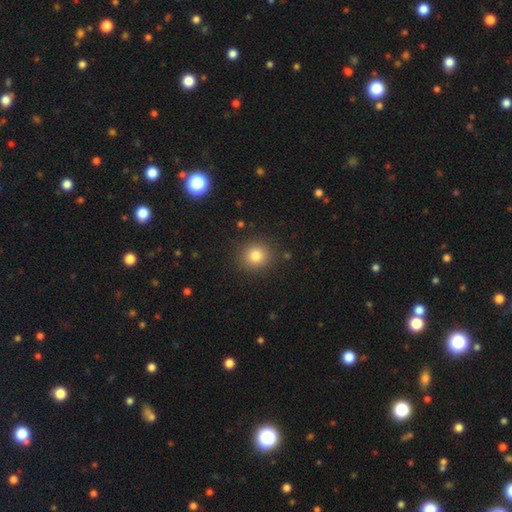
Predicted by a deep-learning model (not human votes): Smooth or featured: smooth — 81% (star or artifact — 12%)
How rounded: round — 89% (in between — 10%)
Merging: none — 89% (minor disturbance — 7%)